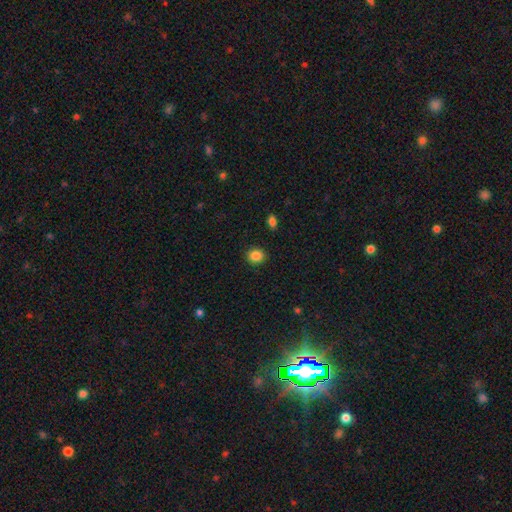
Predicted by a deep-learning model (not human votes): This is clearly a smooth galaxy (86%). How rounded: clearly round (81%). Merging: clearly none (91%).